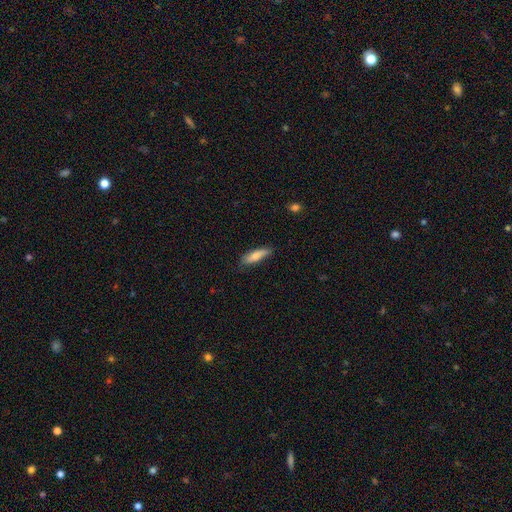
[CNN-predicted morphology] Overall: smooth (77%). How rounded: cigar-shaped (61%; in between 37%). Merging: none (76%).